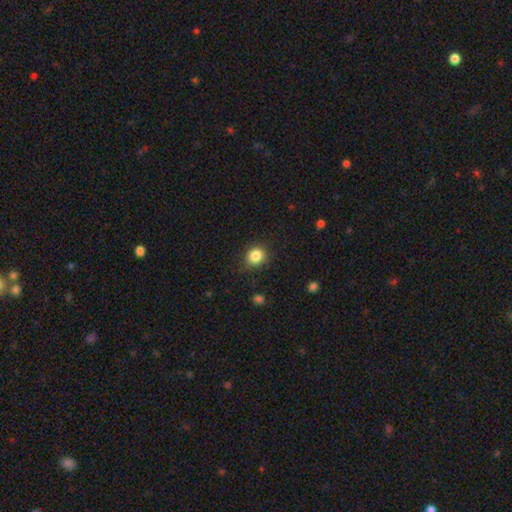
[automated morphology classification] Smooth or featured? smooth (84%)
How rounded? round (79%)
Merging? none (83%)